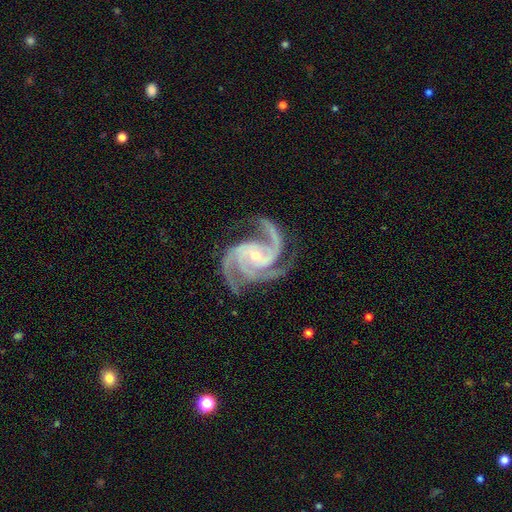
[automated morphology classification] smooth_or_featured: featured or disk (p=0.94) [alt: star or artifact p=0.04]
disk_edge_on: no (p=0.98) [alt: yes p=0.02]
bar: no (p=0.60) [alt: weak p=0.25]
has_spiral_arms: yes (p=0.99) [alt: no p=0.01]
spiral_winding: medium (p=0.51) [alt: tight p=0.42]
spiral_arm_count: 3 (p=0.67) [alt: 4 p=0.15]
bulge_size: small (p=0.68) [alt: moderate p=0.29]
merging: none (p=0.72) [alt: minor disturbance p=0.18]